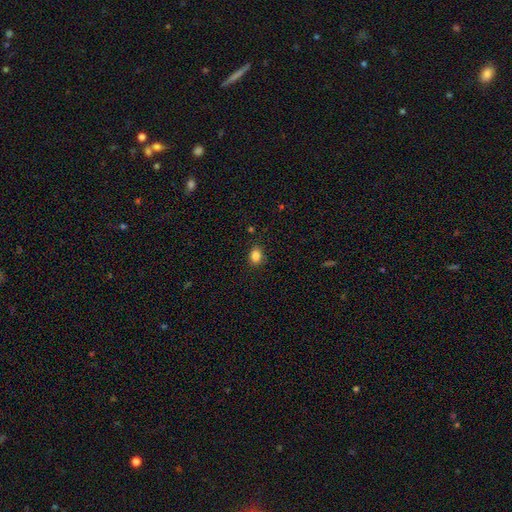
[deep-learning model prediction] A smooth galaxy with no disk features (84%) that is in between round and cigar-shaped (52%). Merging: none (86%).